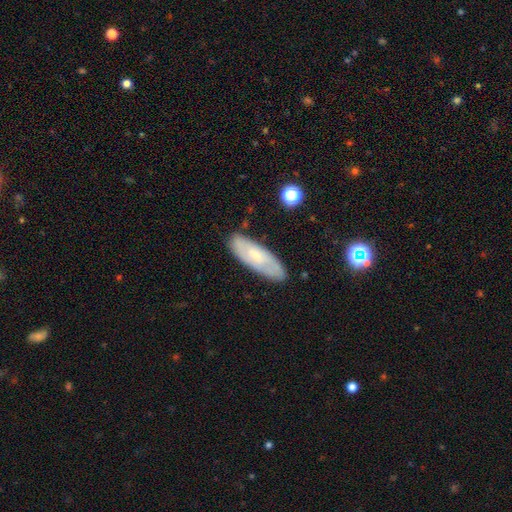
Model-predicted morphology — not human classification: smooth_or_featured: smooth (p=0.48) [alt: featured or disk p=0.45]
merging: none (p=0.81) [alt: minor disturbance p=0.15]